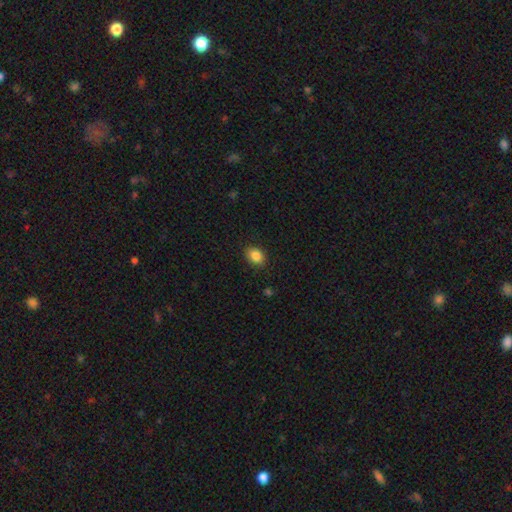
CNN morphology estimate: Overall: smooth (86%). How rounded: in between (67%; round 32%). Merging: none (88%).